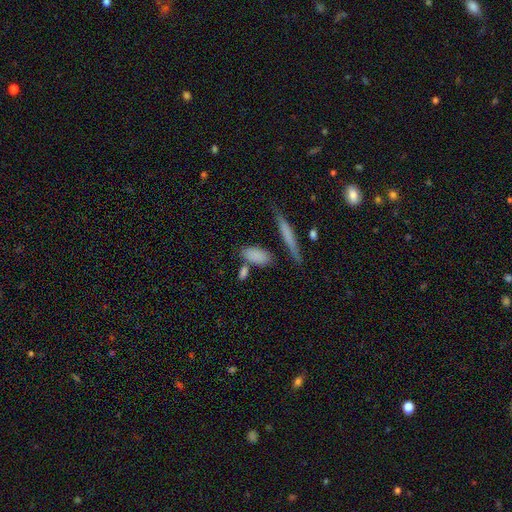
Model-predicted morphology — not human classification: Q: Smooth or featured?
A: smooth (84%); runner-up: featured or disk (9%)
Q: How rounded?
A: in between (80%); runner-up: cigar-shaped (16%)
Q: Merging?
A: none (66%); runner-up: merger (15%)